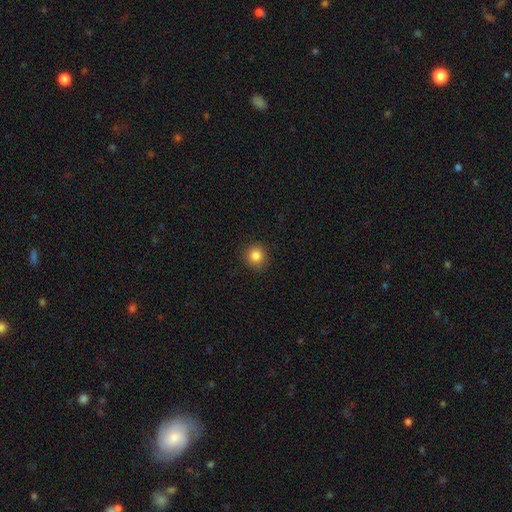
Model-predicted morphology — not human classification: Smooth or featured? Predicted: smooth (p=0.84). How rounded? Predicted: round (p=0.92). Merging? Predicted: none (p=0.91).